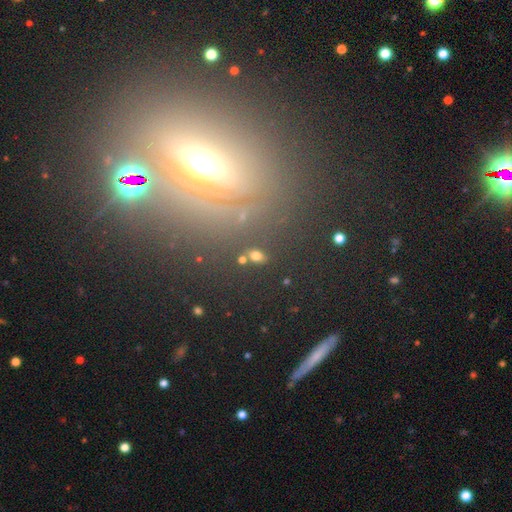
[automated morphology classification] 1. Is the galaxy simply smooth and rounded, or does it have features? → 72% smooth, 17% star or artifact, 10% featured or disk.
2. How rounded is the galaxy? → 83% in between, 13% round, 4% cigar-shaped.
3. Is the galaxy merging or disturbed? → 82% none, 10% minor disturbance, 5% merger, 4% major disturbance.